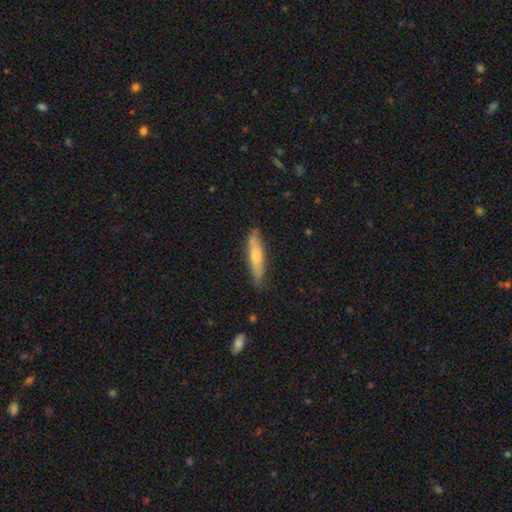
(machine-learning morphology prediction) This is likely a smooth galaxy (62%). How rounded: clearly cigar-shaped (86%). Merging: clearly none (81%).